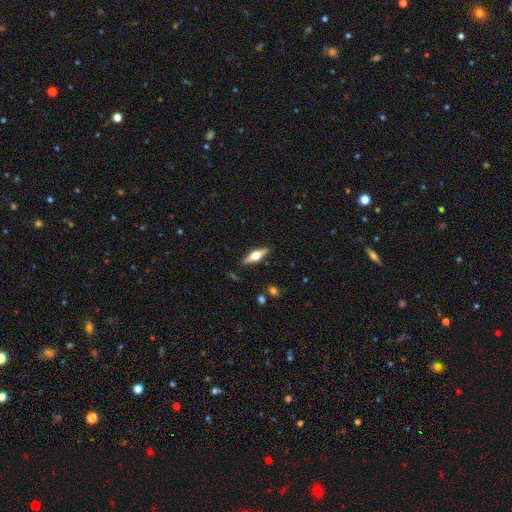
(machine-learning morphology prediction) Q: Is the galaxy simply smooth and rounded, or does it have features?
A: featured or disk — 65%.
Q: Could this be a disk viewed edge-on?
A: yes — 96%.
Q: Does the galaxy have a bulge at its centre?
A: rounded — 95%.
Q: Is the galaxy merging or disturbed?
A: none — 88%.